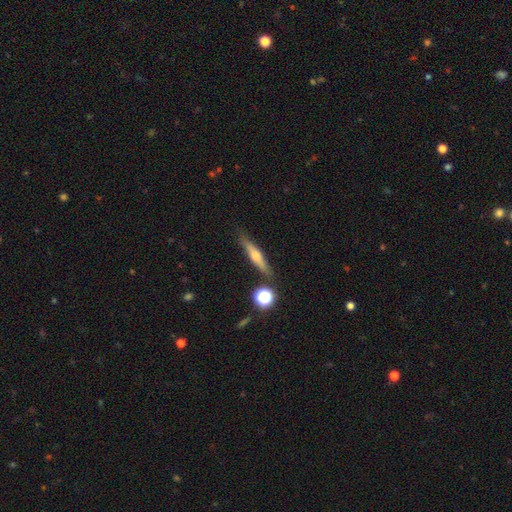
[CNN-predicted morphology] Overall: smooth (46%; featured or disk 45%). Merging: none (83%).